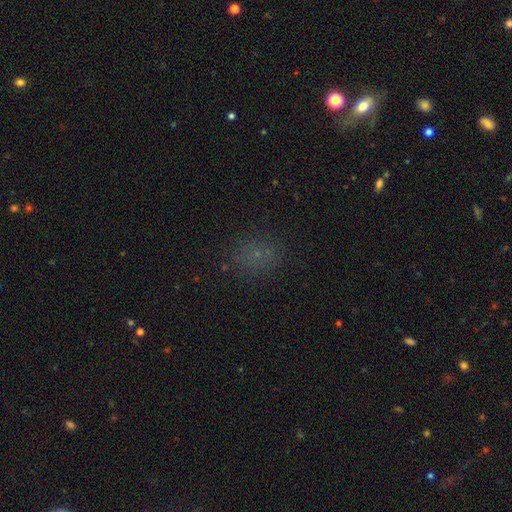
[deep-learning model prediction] Overall: smooth (61%; star or artifact 28%). How rounded: round (64%; in between 34%). Merging: none (79%).